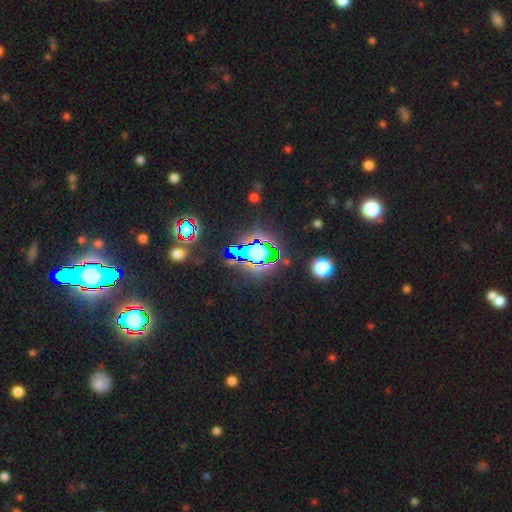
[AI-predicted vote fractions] smooth-or-featured: star or artifact: 81% | smooth: 11% | featured or disk: 8%